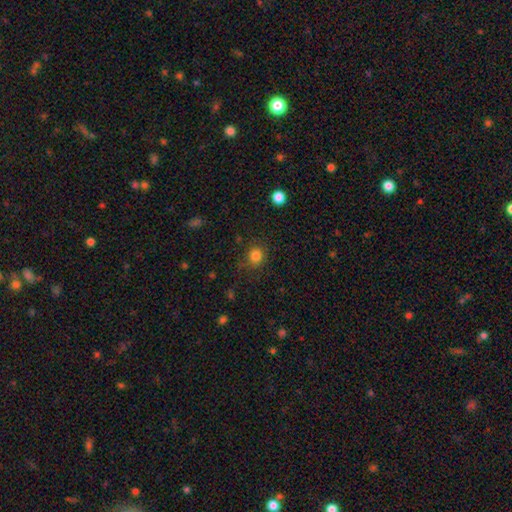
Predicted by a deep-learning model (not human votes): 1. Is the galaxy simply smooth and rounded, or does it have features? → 82% smooth, 13% star or artifact, 5% featured or disk.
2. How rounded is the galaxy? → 84% round, 15% in between, 1% cigar-shaped.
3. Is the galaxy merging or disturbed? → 82% none, 12% minor disturbance, 4% major disturbance, 2% merger.